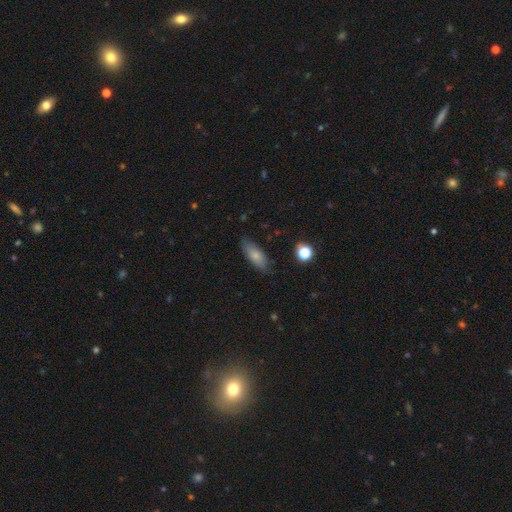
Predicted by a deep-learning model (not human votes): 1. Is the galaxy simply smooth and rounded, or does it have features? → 79% smooth, 14% featured or disk, 8% star or artifact.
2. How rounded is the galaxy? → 72% in between, 25% cigar-shaped, 3% round.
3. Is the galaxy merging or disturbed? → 80% none, 15% minor disturbance, 3% major disturbance, 2% merger.